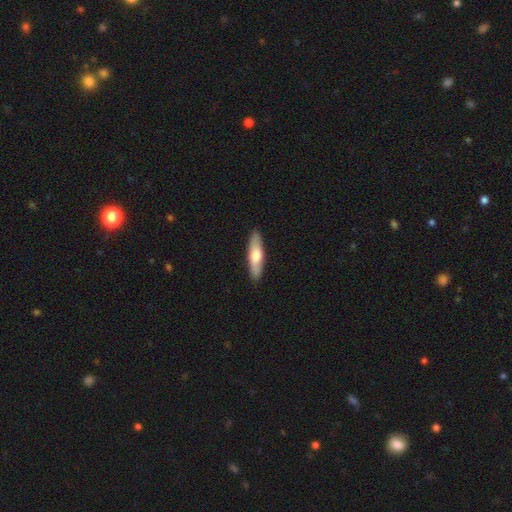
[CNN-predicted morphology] A smooth galaxy with no disk features (61%) that is cigar-shaped (67%).

Vote fractions:
- Smooth or featured? smooth: 61% / featured or disk: 34% / star or artifact: 5%
- How rounded? cigar-shaped: 67% / in between: 31% / round: 2%
- Merging? none: 89% / minor disturbance: 8% / major disturbance: 2% / merger: 1%